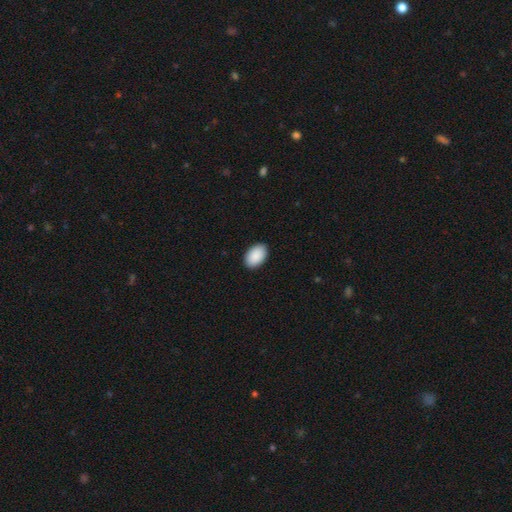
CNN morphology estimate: Overall: smooth (92%). How rounded: in between (93%). Merging: none (90%).